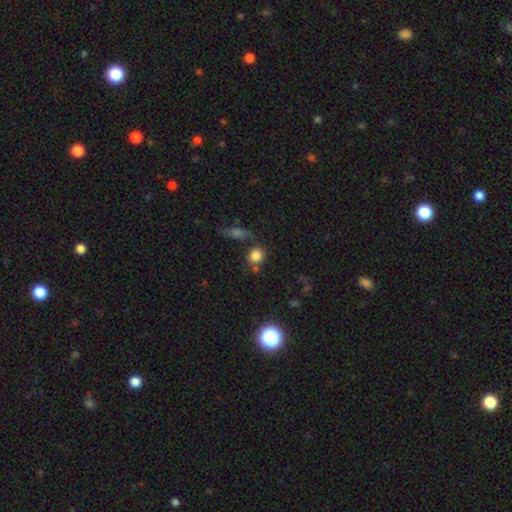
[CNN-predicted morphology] type=smooth (80%); roundness=round (83%); merging=none (65%).